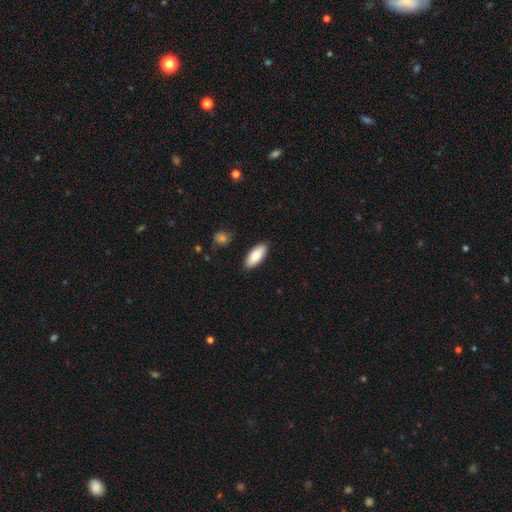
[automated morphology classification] smooth-or-featured: smooth: 84% | featured or disk: 10% | star or artifact: 6%
  how-rounded: in between: 84% | cigar-shaped: 15% | round: 2%
  merging: none: 89% | minor disturbance: 8% | major disturbance: 2% | merger: 2%